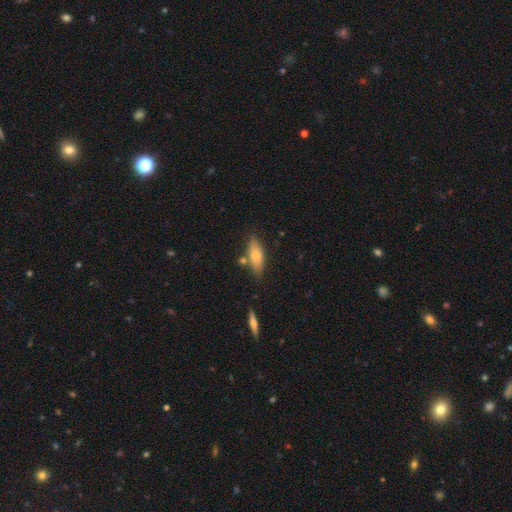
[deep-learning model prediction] Q: Smooth or featured?
A: smooth (75%); runner-up: featured or disk (18%)
Q: How rounded?
A: in between (64%); runner-up: cigar-shaped (34%)
Q: Merging?
A: none (73%); runner-up: minor disturbance (15%)